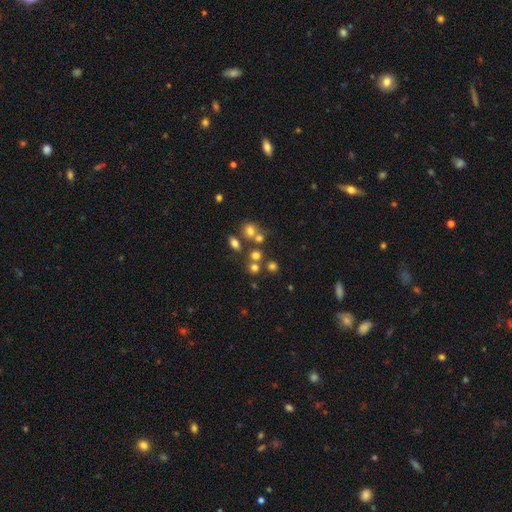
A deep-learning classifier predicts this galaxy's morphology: Overall: smooth (65%). How rounded: round (81%). Merging: none (57%; merger 29%).